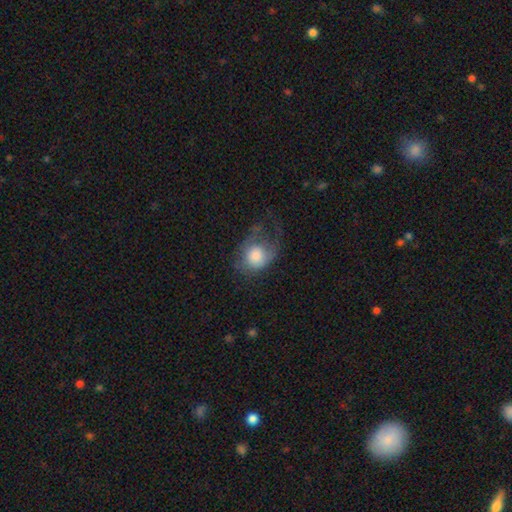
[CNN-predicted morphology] type=smooth (66%); roundness=round (52%); merging=major disturbance (48%).